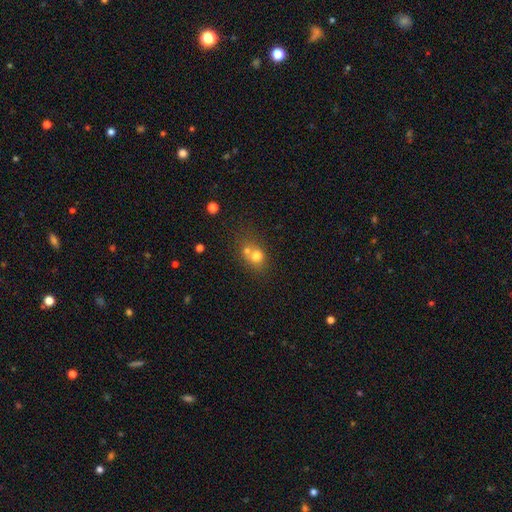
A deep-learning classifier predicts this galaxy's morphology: Smooth or featured? smooth (71%)
How rounded? round (66%)
Merging? merger (50%)